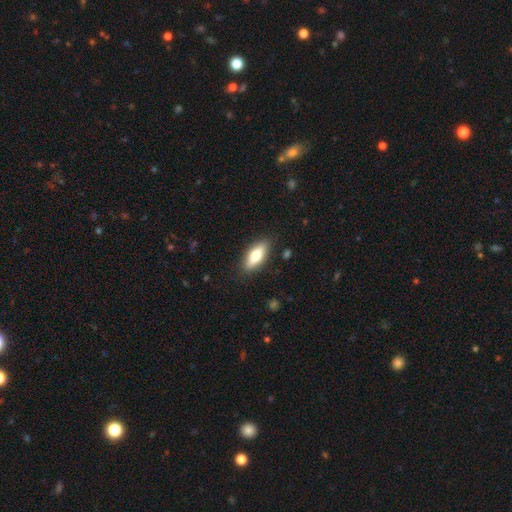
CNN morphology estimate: smooth_or_featured: smooth (p=0.67) [alt: featured or disk p=0.26]
how_rounded: in between (p=0.74) [alt: cigar-shaped p=0.23]
merging: none (p=0.87) [alt: minor disturbance p=0.10]